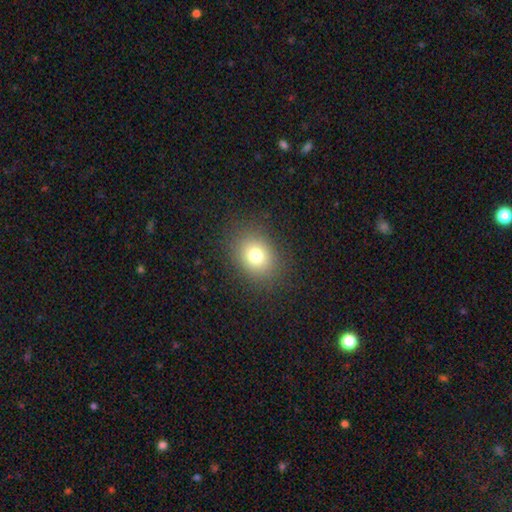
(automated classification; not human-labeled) smooth 75%, star or artifact 15%, featured or disk 10%. Down the decision tree: how rounded — round (57%); merging — none (86%).